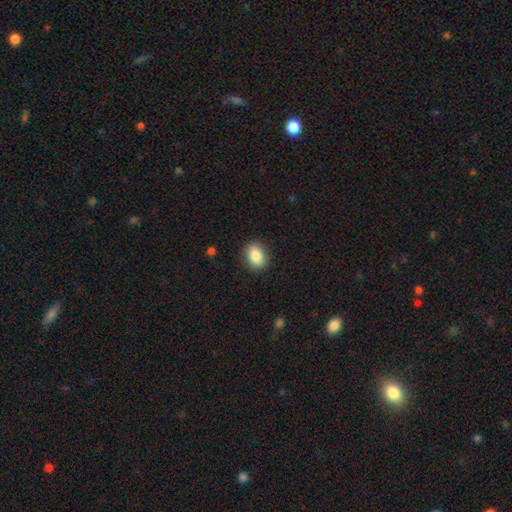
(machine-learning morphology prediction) Overall: smooth (85%). How rounded: in between (69%; round 30%). Merging: none (88%).